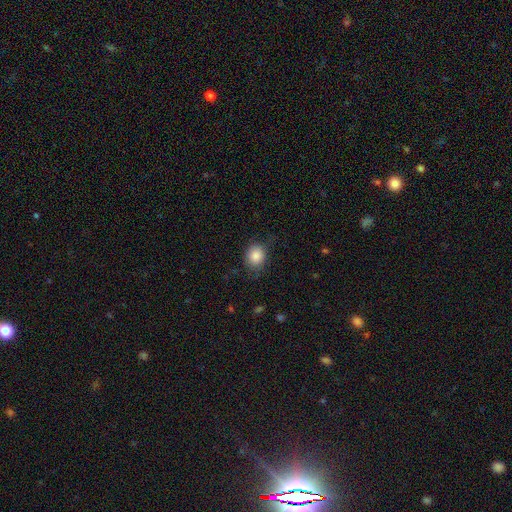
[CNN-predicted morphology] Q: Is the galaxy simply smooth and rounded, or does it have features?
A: smooth — 86%.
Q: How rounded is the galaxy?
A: round — 62%.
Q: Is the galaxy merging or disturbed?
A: none — 74%.